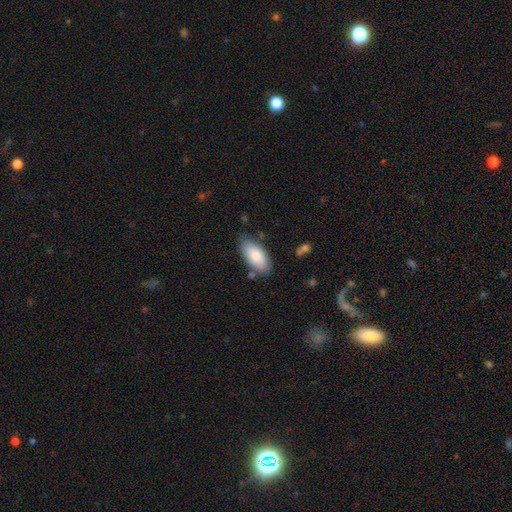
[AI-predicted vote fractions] This is clearly a smooth galaxy (83%). How rounded: clearly in between (91%). Merging: likely none (77%).